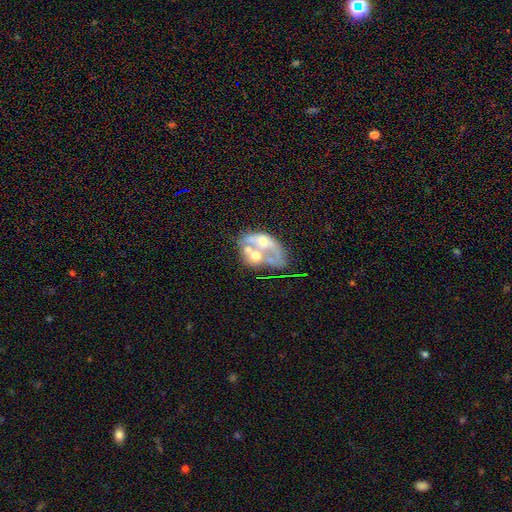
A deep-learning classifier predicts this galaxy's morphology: A featured or disk galaxy (64%) with no bar (90%), no spiral arms (85%) and a moderate central bulge (46%). Merging: merger (55%).